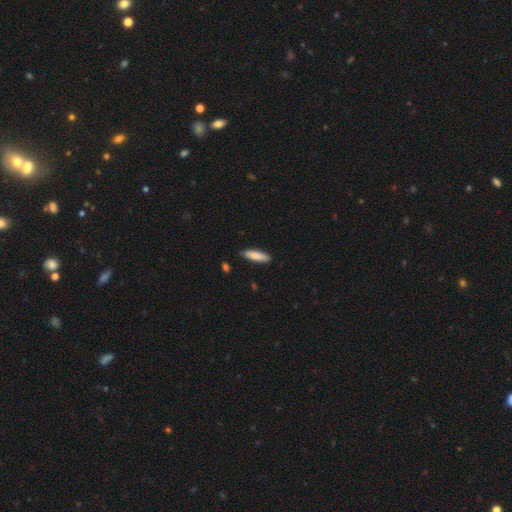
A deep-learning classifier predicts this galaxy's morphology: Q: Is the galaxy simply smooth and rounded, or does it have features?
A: smooth — 84%.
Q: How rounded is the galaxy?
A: cigar-shaped — 64%.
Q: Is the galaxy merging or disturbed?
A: none — 84%.